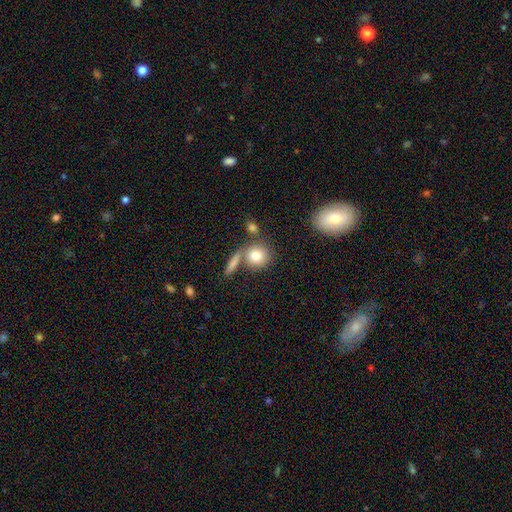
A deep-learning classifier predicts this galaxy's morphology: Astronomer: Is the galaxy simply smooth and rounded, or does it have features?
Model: smooth — 79%.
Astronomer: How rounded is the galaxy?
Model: round — 83%.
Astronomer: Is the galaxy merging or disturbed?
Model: none — 62%.